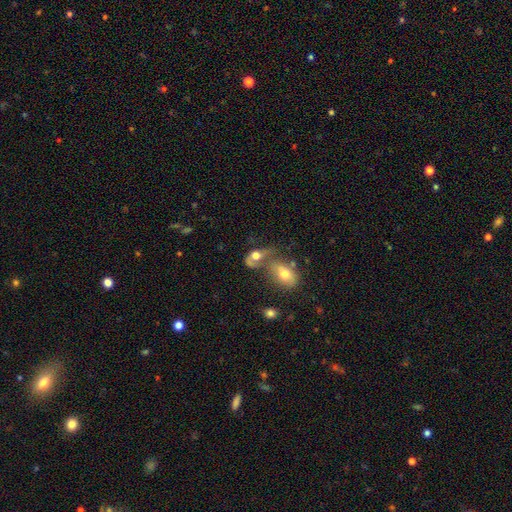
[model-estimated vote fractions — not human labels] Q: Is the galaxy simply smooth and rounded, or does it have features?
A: smooth — 56%.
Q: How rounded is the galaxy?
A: in between — 76%.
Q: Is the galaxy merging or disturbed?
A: merger — 54%.